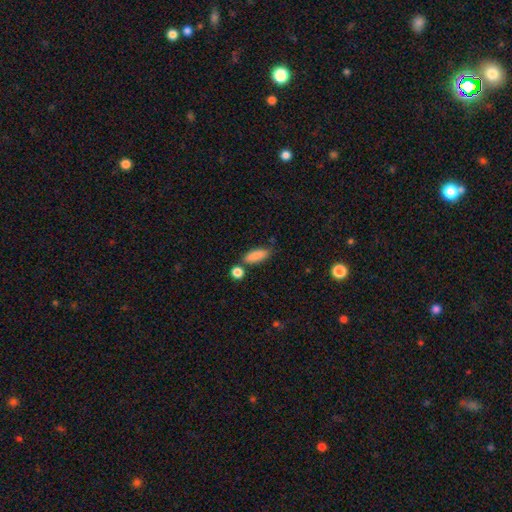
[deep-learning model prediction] A smooth galaxy with no disk features (85%) that is in between round and cigar-shaped (68%). Merging: none (67%).